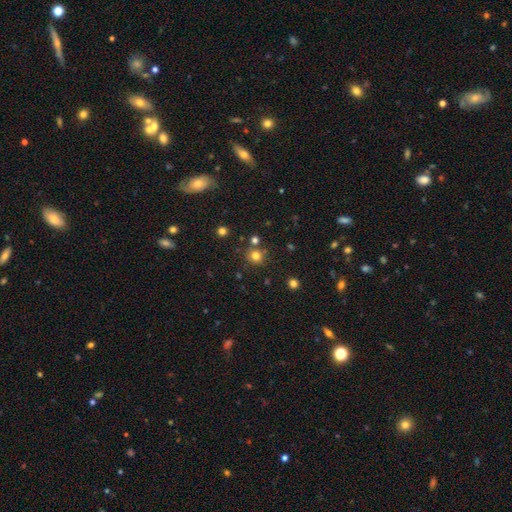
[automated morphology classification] smooth-or-featured: smooth: 76% | star or artifact: 17% | featured or disk: 7%
  how-rounded: round: 87% | in between: 12% | cigar-shaped: 1%
  merging: none: 77% | merger: 11% | minor disturbance: 9% | major disturbance: 3%